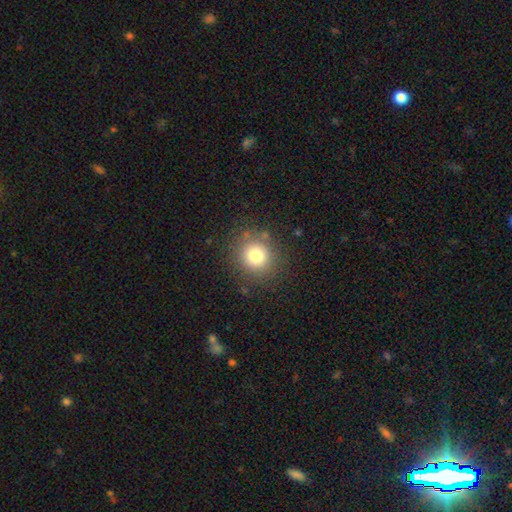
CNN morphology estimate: smooth-or-featured: smooth: 78% | star or artifact: 13% | featured or disk: 8%
  how-rounded: round: 88% | in between: 11% | cigar-shaped: 1%
  merging: none: 85% | minor disturbance: 9% | major disturbance: 4% | merger: 2%